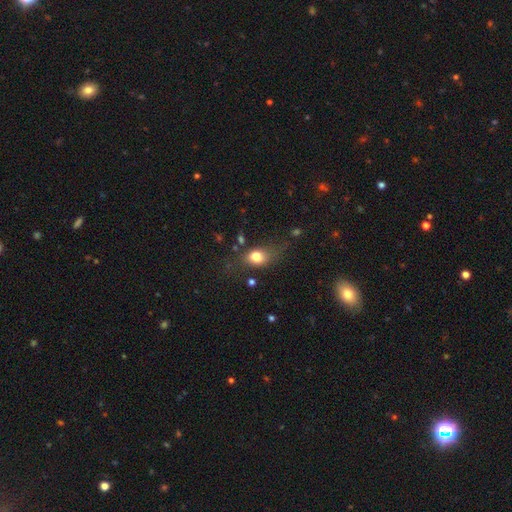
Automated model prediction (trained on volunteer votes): smooth 77%, featured or disk 12%, star or artifact 11%. Down the decision tree: how rounded — in between (65%); merging — none (59%).